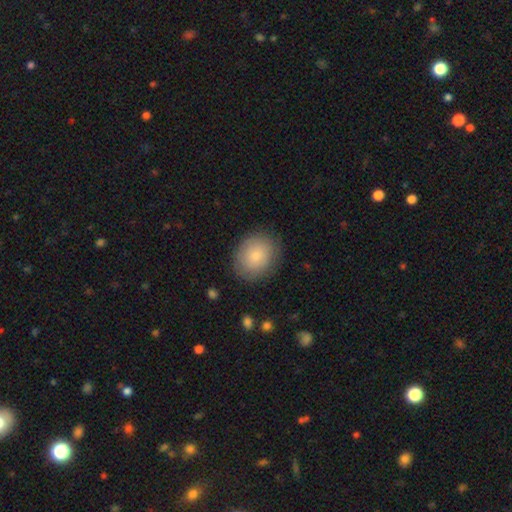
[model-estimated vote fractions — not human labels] Smooth or featured? smooth (80%)
How rounded? round (59%)
Merging? none (83%)